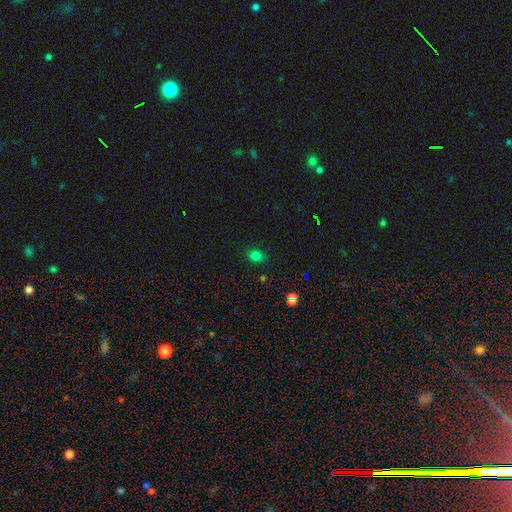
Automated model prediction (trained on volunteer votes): A smooth galaxy with no disk features (76%) that is round (51%).

Vote fractions:
- Smooth or featured? smooth: 76% / star or artifact: 20% / featured or disk: 5%
- How rounded? round: 51% / in between: 48% / cigar-shaped: 1%
- Merging? none: 83% / minor disturbance: 12% / major disturbance: 3% / merger: 2%